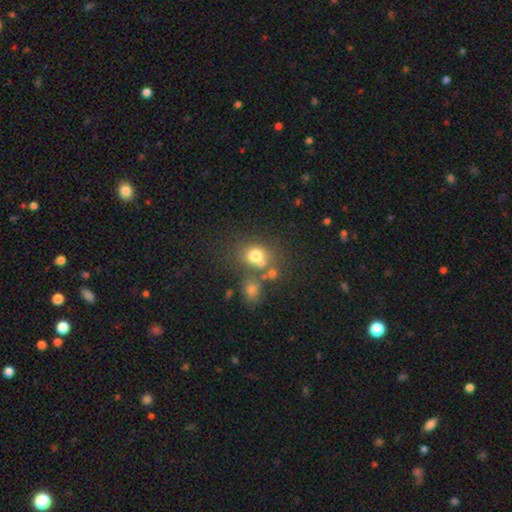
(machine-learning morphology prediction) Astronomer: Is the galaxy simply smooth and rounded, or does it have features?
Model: smooth — 71%.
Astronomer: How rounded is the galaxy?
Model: round — 69%.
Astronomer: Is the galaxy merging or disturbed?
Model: none — 51% (runner-up: merger, 29%).